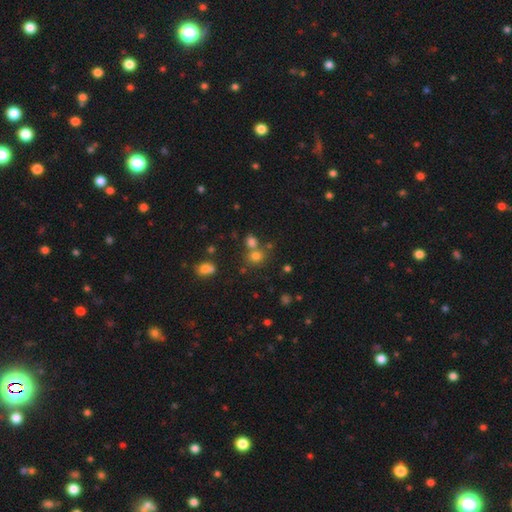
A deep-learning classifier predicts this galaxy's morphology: A smooth galaxy with no disk features (72%) that is round (77%).

Vote fractions:
- Smooth or featured? smooth: 72% / star or artifact: 19% / featured or disk: 9%
- How rounded? round: 77% / in between: 22% / cigar-shaped: 1%
- Merging? none: 59% / merger: 29% / minor disturbance: 9% / major disturbance: 4%